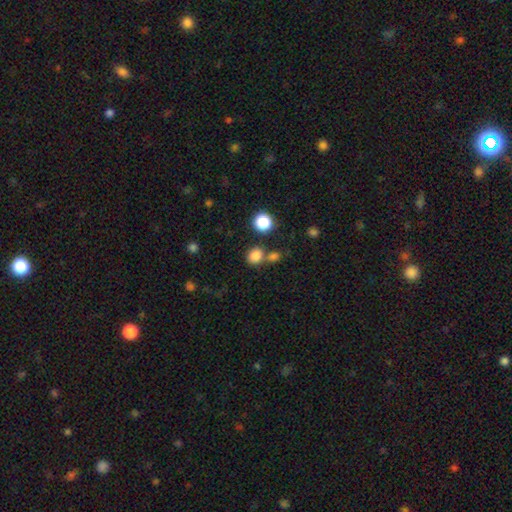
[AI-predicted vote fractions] Smooth or featured? smooth (82%)
How rounded? round (62%)
Merging? none (65%)